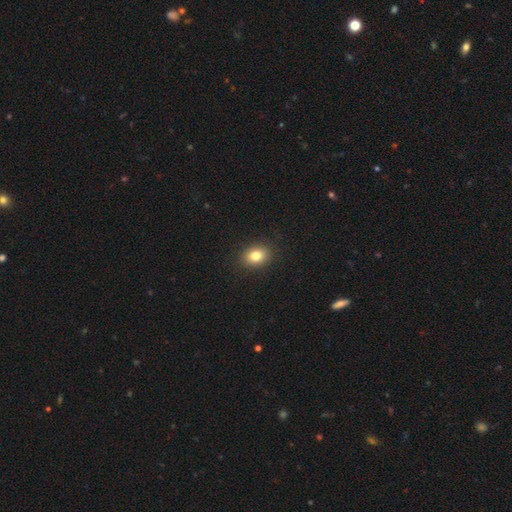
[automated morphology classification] Overall: smooth (81%). How rounded: in between (64%; round 35%). Merging: none (90%).